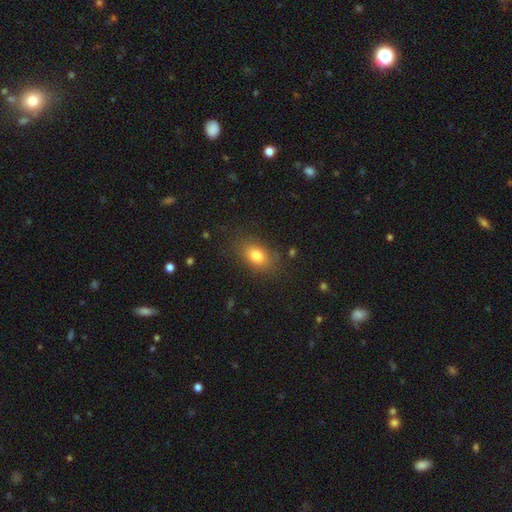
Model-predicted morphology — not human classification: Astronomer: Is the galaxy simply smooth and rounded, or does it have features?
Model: smooth — 80%.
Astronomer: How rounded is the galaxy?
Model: in between — 82%.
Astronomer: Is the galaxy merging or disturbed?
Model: none — 81%.